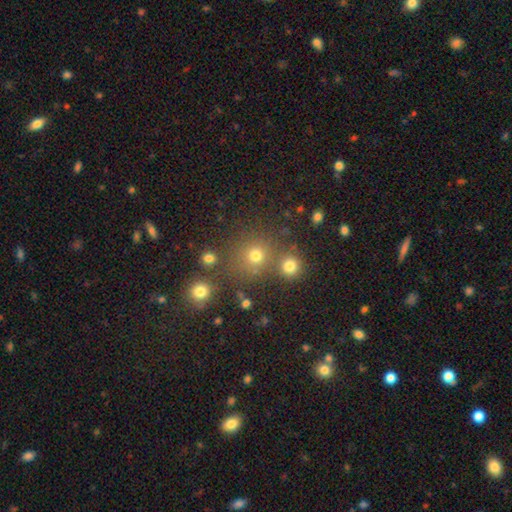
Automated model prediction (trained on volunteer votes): Overall: smooth (71%). How rounded: round (89%). Merging: none (73%).